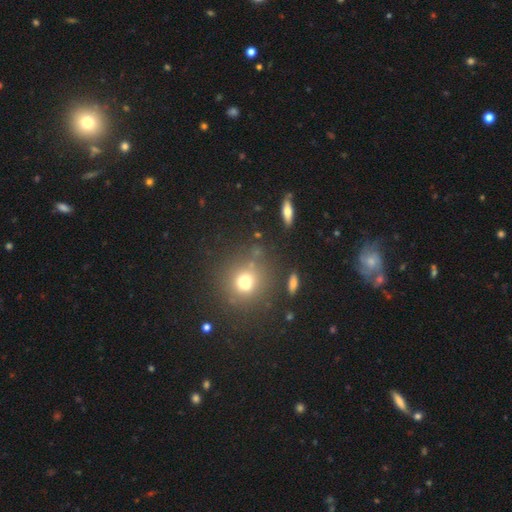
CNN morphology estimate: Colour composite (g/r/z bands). It shows a smooth galaxy with no disk features (56%) that is round (87%). Merging: none (81%).